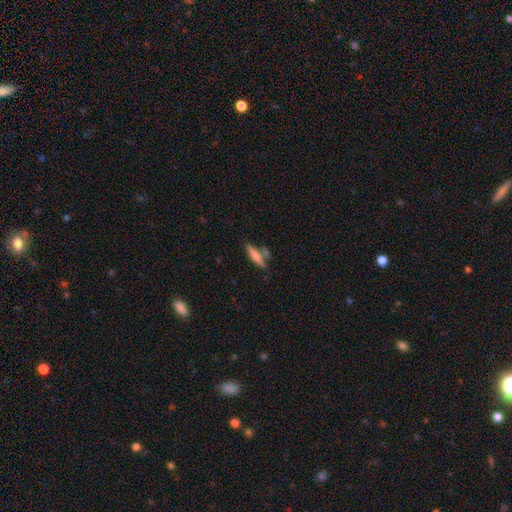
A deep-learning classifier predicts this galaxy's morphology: Overall: smooth (63%; featured or disk 30%). How rounded: cigar-shaped (80%). Merging: none (65%).